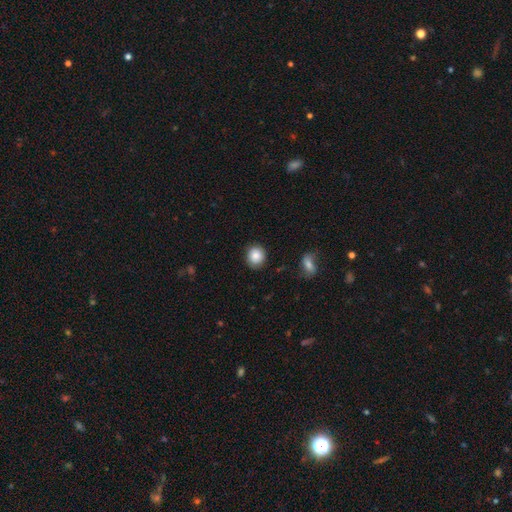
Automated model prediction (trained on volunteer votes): smooth 84%, star or artifact 9%, featured or disk 8%. Down the decision tree: how rounded — round (85%); merging — none (84%).